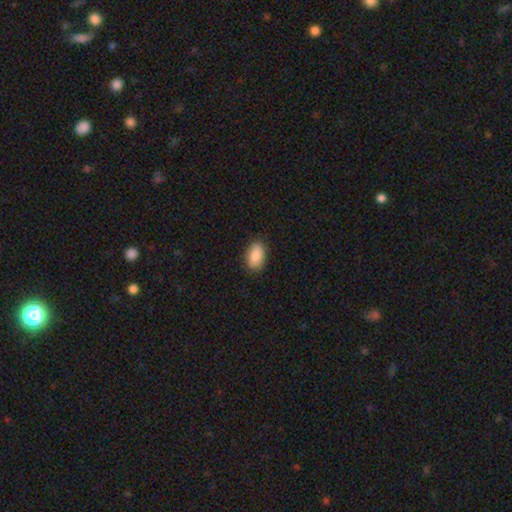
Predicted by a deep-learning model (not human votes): Overall: smooth (87%). How rounded: in between (91%). Merging: none (87%).